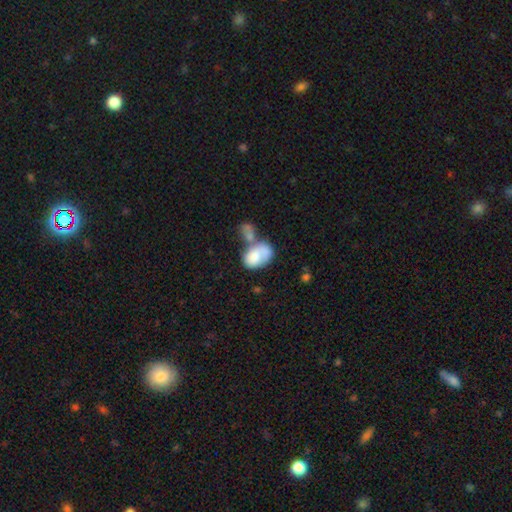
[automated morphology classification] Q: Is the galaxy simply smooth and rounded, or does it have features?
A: smooth — 74%.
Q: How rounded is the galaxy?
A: in between — 88%.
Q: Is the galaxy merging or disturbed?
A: merger — 56%.